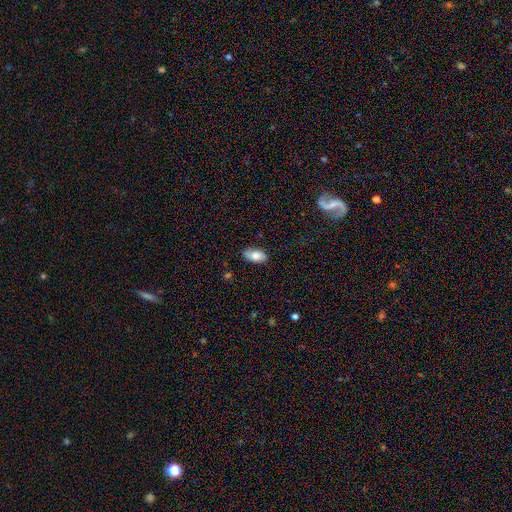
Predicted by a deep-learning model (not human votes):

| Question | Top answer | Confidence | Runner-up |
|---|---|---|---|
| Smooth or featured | smooth | 81% | featured or disk (13%) |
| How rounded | in between | 93% | cigar-shaped (4%) |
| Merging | none | 83% | minor disturbance (14%) |